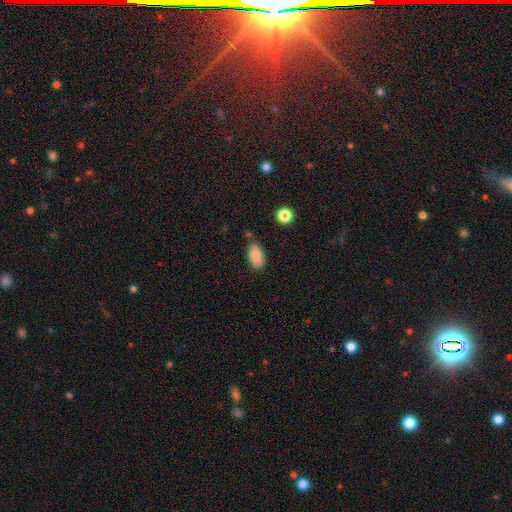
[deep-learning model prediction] Smooth or featured? smooth (85%)
How rounded? in between (92%)
Merging? none (73%)